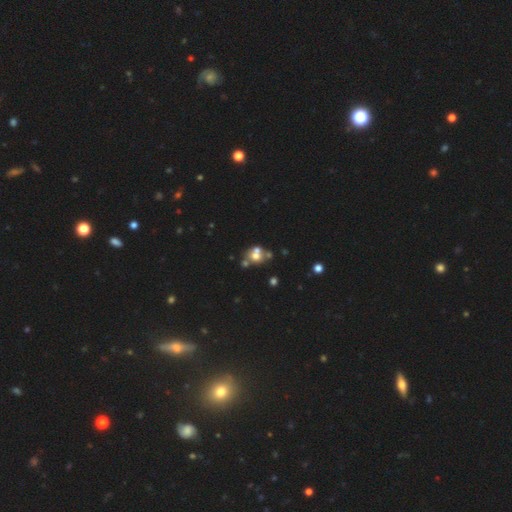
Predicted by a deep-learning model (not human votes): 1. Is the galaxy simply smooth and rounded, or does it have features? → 55% smooth, 28% featured or disk, 17% star or artifact.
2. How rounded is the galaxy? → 70% round, 29% in between, 1% cigar-shaped.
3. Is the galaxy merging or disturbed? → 46% merger, 38% none, 10% minor disturbance, 6% major disturbance.